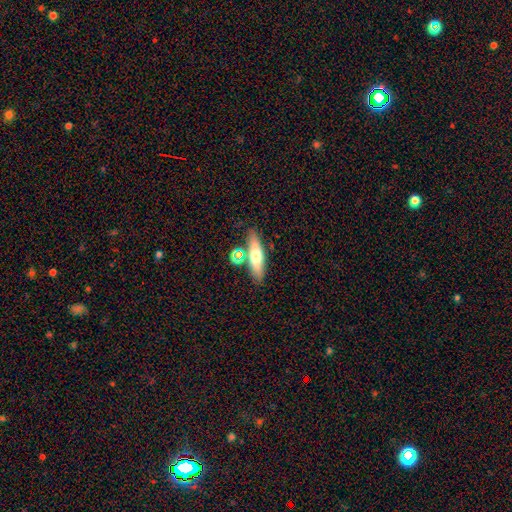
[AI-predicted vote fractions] smooth-or-featured: smooth: 57% | featured or disk: 35% | star or artifact: 8%
  how-rounded: cigar-shaped: 63% | in between: 33% | round: 4%
  merging: none: 76% | minor disturbance: 11% | merger: 10% | major disturbance: 3%